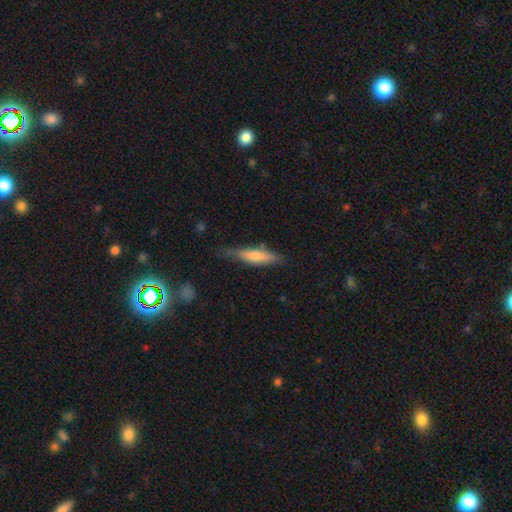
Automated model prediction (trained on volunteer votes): Q: Smooth or featured?
A: smooth (59%); runner-up: featured or disk (33%)
Q: How rounded?
A: cigar-shaped (79%); runner-up: in between (19%)
Q: Merging?
A: none (72%); runner-up: minor disturbance (22%)